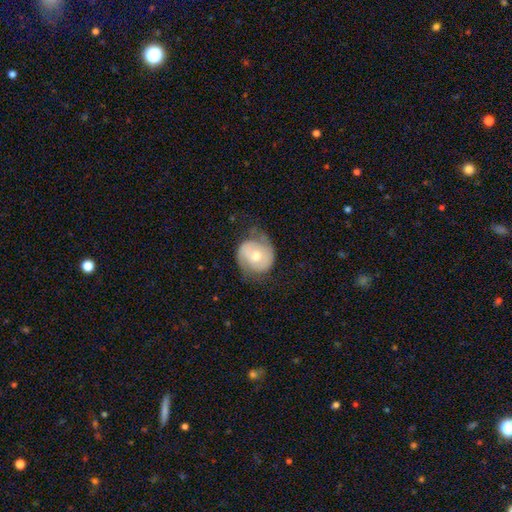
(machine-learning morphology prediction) This appears to be a featured or disk galaxy (66%) with no bar (70%), 2 (82%) tight (40%) spiral arms (84%) and a moderate central bulge (66%). Merging: none (63%).